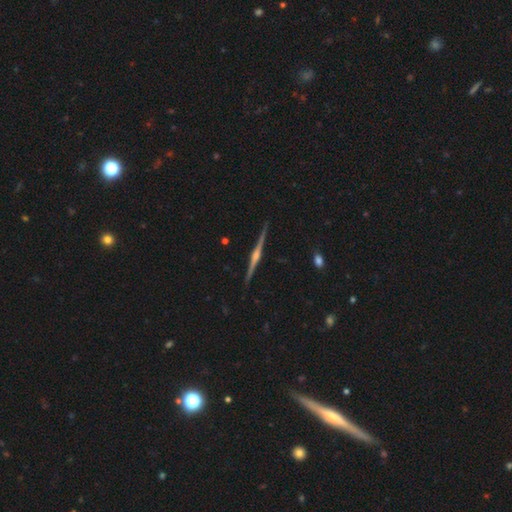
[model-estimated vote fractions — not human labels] Smooth or featured? featured or disk (86%)
Edge-on disk? yes (99%)
Edge-on bulge? rounded (83%)
Merging? none (92%)